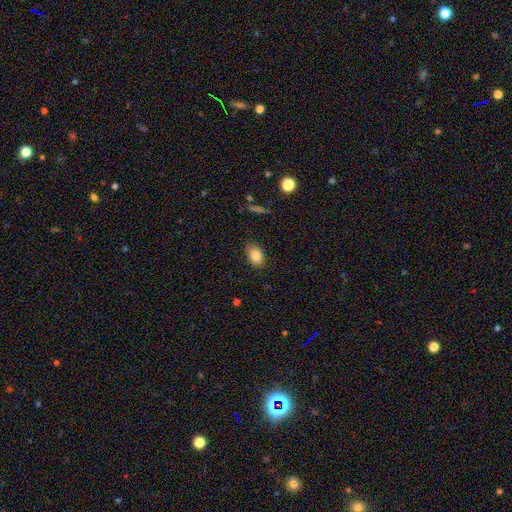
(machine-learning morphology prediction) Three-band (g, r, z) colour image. It shows a smooth galaxy with no disk features (84%) that is in between round and cigar-shaped (86%). Merging: none (82%).